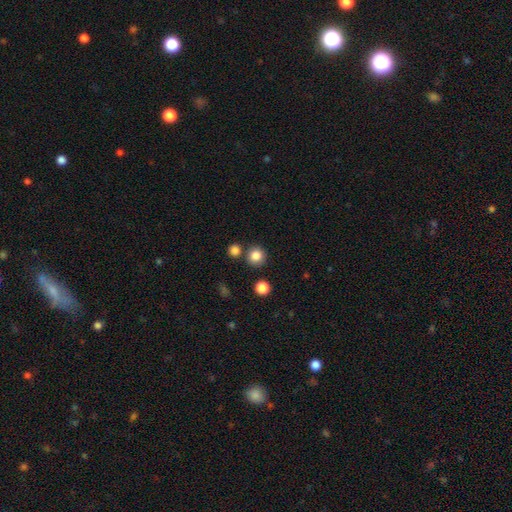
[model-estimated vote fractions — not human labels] The model was most divided on "merging": none: 81%, merger: 9%, minor disturbance: 8%, major disturbance: 3%. More confident: how rounded — round (93%); smooth or featured — smooth (84%).